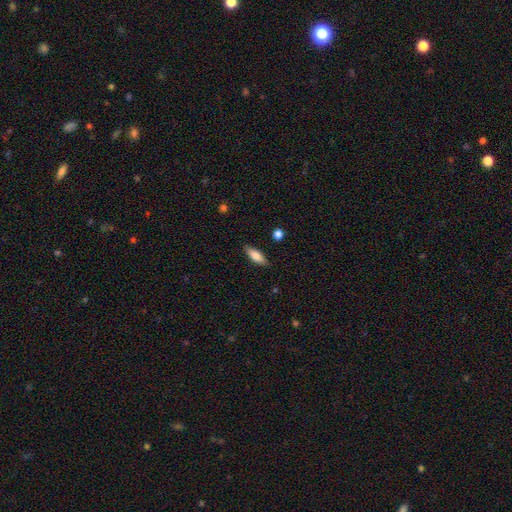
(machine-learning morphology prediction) A smooth galaxy with no disk features (74%) that is in between round and cigar-shaped (62%). Merging: none (85%).